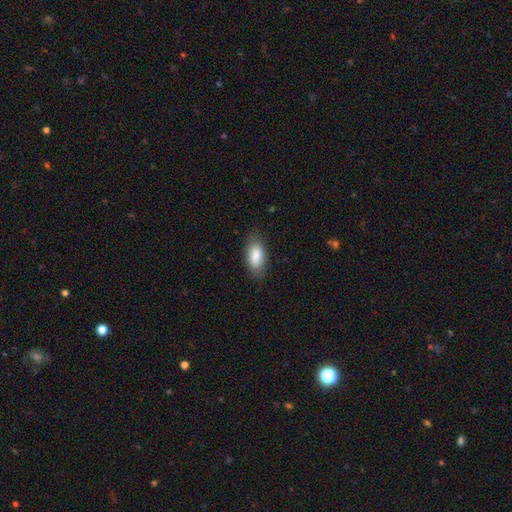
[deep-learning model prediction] A smooth galaxy with no disk features (86%) that is in between round and cigar-shaped (89%). Merging: none (82%).